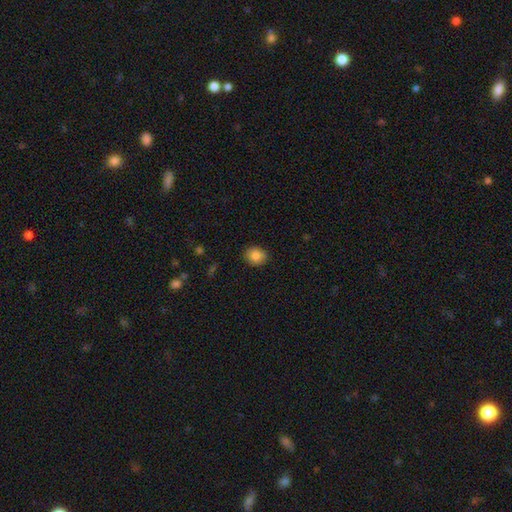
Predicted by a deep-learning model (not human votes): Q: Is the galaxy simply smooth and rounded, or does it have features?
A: smooth — 84%.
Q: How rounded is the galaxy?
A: round — 67%.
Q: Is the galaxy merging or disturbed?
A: none — 89%.